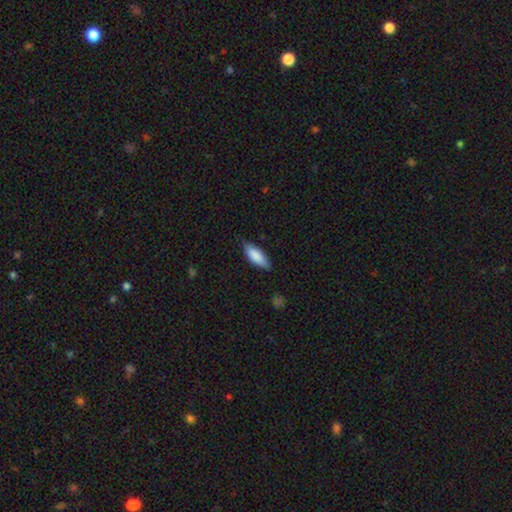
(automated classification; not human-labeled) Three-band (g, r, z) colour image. It shows a smooth galaxy with no disk features (82%) that is in between round and cigar-shaped (72%). Merging: none (74%).